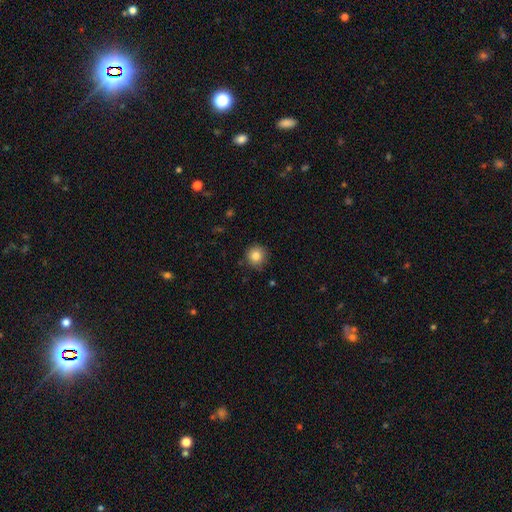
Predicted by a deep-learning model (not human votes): Morphology: type=smooth (84%); roundness=round (94%); merging=none (86%).